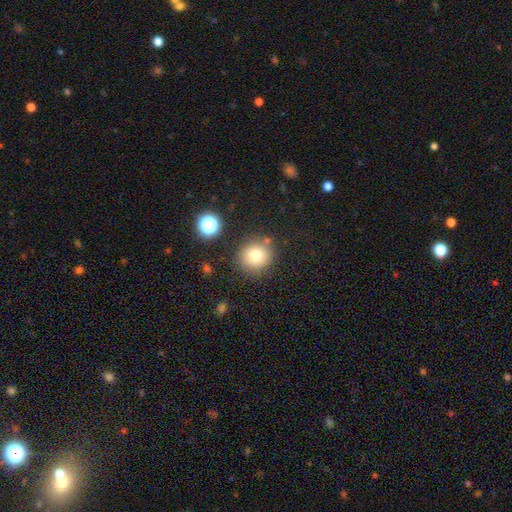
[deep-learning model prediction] The model was most divided on "smooth or featured": smooth: 75%, star or artifact: 13%, featured or disk: 11%. More confident: how rounded — round (88%); merging — none (81%).